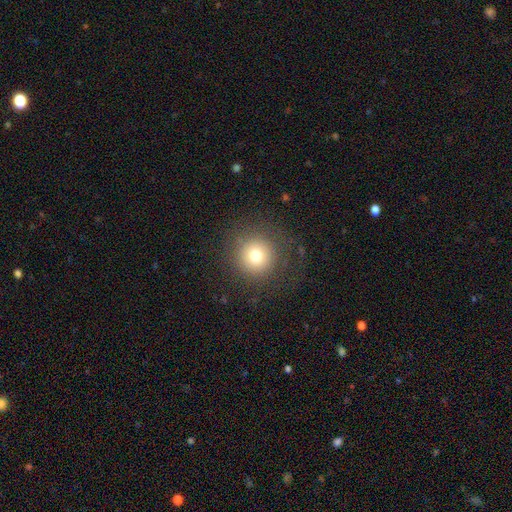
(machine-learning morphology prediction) Q: Smooth or featured?
A: smooth (75%); runner-up: star or artifact (14%)
Q: How rounded?
A: round (95%); runner-up: in between (4%)
Q: Merging?
A: none (85%); runner-up: minor disturbance (8%)